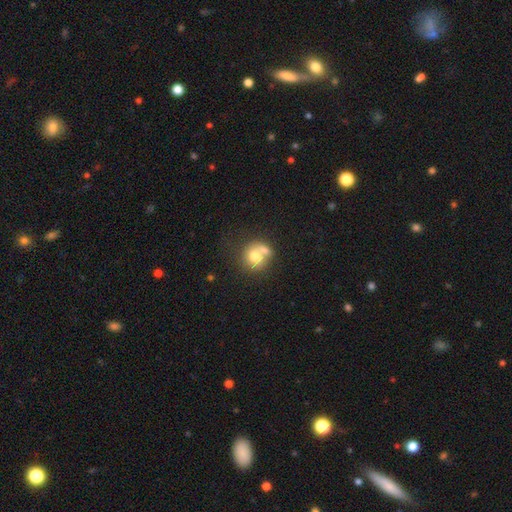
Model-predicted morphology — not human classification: A smooth galaxy with no disk features (71%) that is round (78%).

Vote fractions:
- Smooth or featured? smooth: 71% / featured or disk: 20% / star or artifact: 9%
- How rounded? round: 78% / in between: 21% / cigar-shaped: 1%
- Merging? merger: 47% / none: 35% / minor disturbance: 12% / major disturbance: 7%